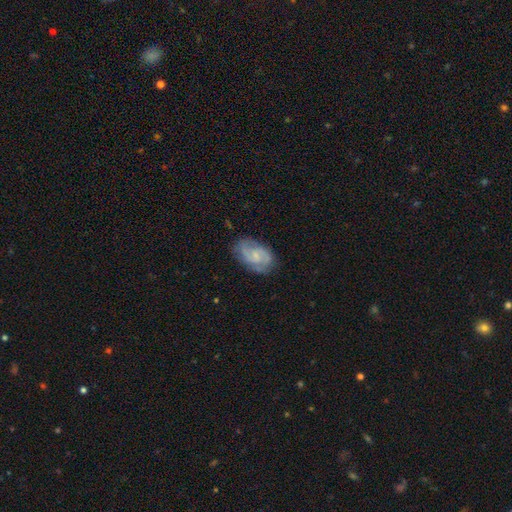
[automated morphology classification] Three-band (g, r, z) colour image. It shows a featured or disk galaxy (67%) with no bar (55%), 2 (69%) medium (49%) spiral arms (88%) and a small central bulge (55%). Merging: none (71%).